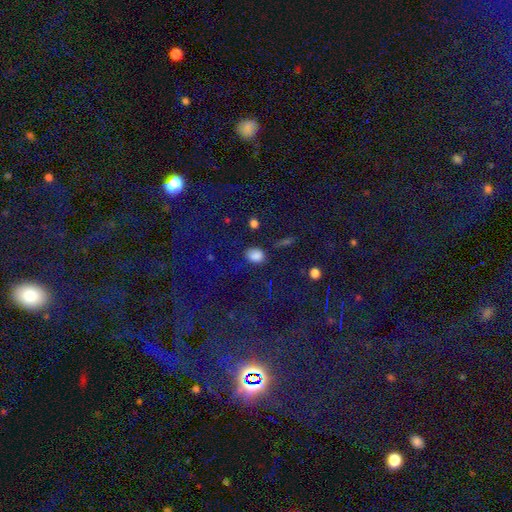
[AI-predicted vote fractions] A smooth galaxy with no disk features (80%) that is in between round and cigar-shaped (65%).

Vote fractions:
- Smooth or featured? smooth: 80% / star or artifact: 14% / featured or disk: 6%
- How rounded? in between: 65% / round: 33% / cigar-shaped: 2%
- Merging? none: 74% / minor disturbance: 17% / major disturbance: 5% / merger: 3%